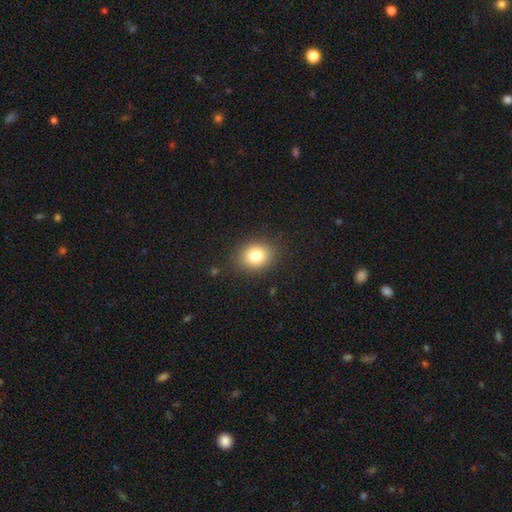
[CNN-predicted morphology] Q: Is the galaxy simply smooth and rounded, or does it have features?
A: smooth — 81%.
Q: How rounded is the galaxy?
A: round — 57%.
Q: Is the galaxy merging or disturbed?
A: none — 87%.